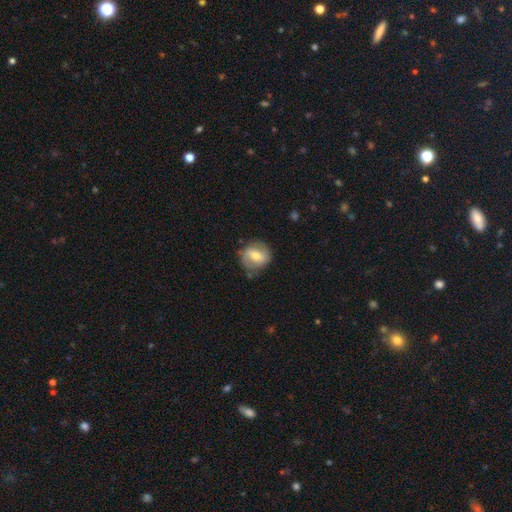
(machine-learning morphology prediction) Smooth or featured?
  - smooth: 49% *
  - featured or disk: 44%
  - star or artifact: 7%
Merging?
  - none: 71% *
  - minor disturbance: 20%
  - major disturbance: 7%
  - merger: 2%